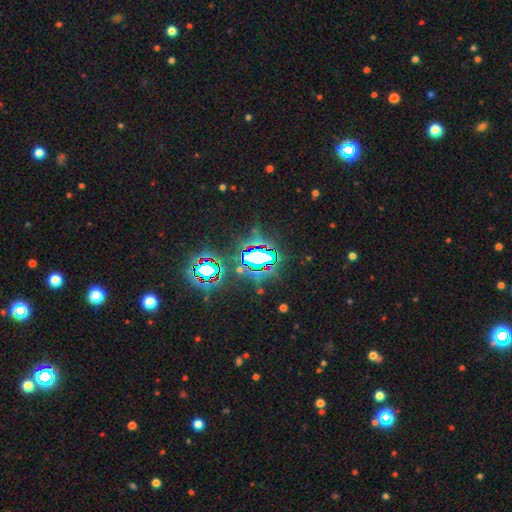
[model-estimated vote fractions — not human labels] Q: Smooth or featured?
A: star or artifact (74%); runner-up: smooth (14%)